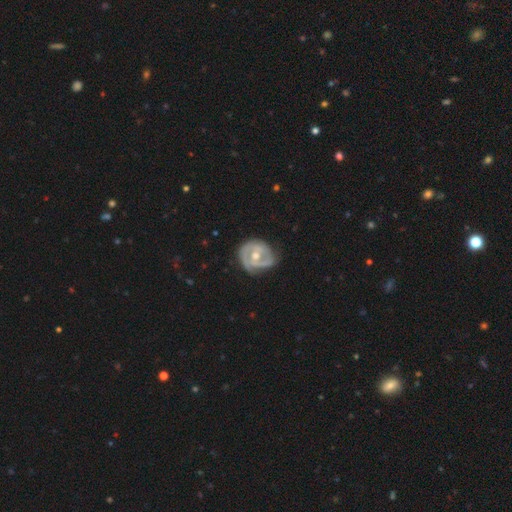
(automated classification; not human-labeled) Overall: featured or disk (78%). Edge-on disk: no (97%). Bar: no (60%; weak 32%). Spiral arms: yes (82%). Spiral arm count: 2 (43%; can't tell 21%). Spiral winding: tight (58%; medium 31%). Bulge size: moderate (73%). Merging: none (60%; minor disturbance 28%).